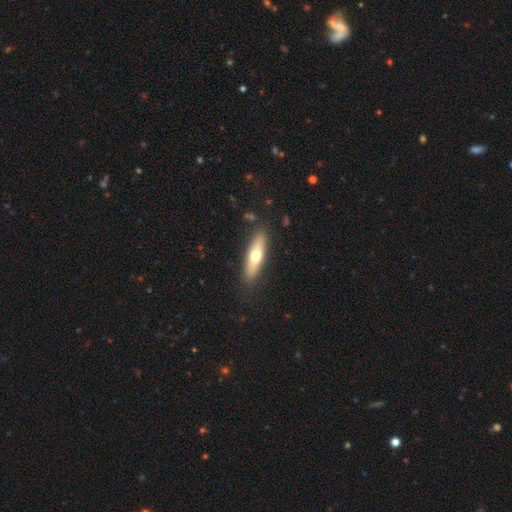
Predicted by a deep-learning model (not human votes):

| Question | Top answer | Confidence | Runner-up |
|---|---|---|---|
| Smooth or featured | smooth | 60% | featured or disk (35%) |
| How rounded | cigar-shaped | 64% | in between (34%) |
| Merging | none | 86% | minor disturbance (10%) |